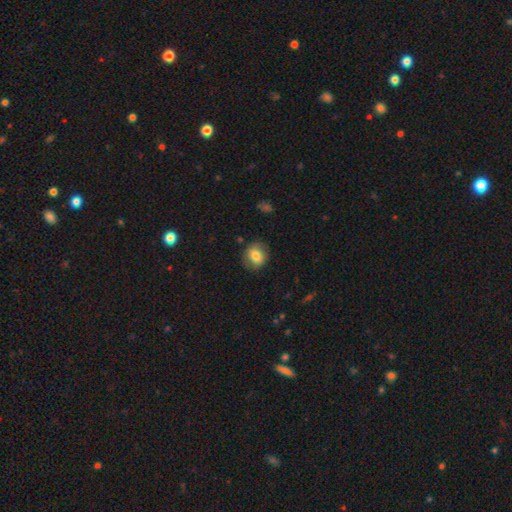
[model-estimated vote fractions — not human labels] The model was most divided on "how rounded": round: 63%, in between: 36%, cigar-shaped: 1%. More confident: merging — none (80%); smooth or featured — smooth (76%).